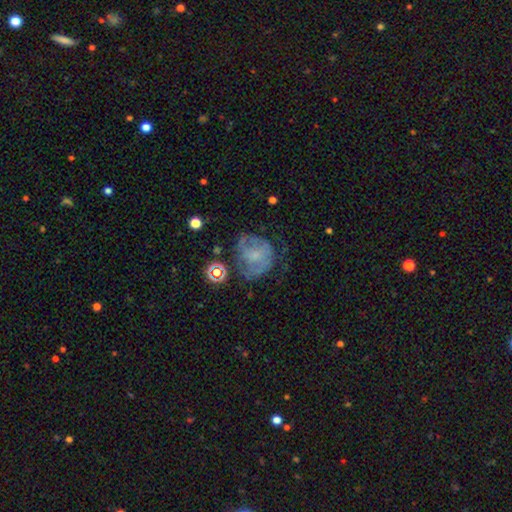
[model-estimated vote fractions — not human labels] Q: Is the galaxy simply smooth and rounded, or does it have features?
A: featured or disk — 50%.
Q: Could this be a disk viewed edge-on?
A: no — 97%.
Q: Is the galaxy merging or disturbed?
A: none — 47%.